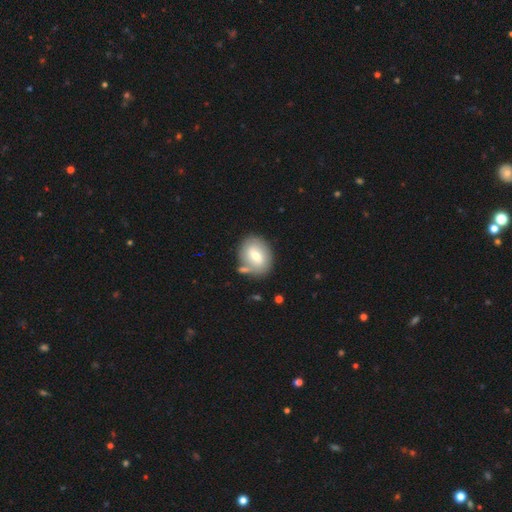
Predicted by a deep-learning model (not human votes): smooth 59%, featured or disk 34%, star or artifact 7%. Down the decision tree: how rounded — in between (56%); merging — none (69%).